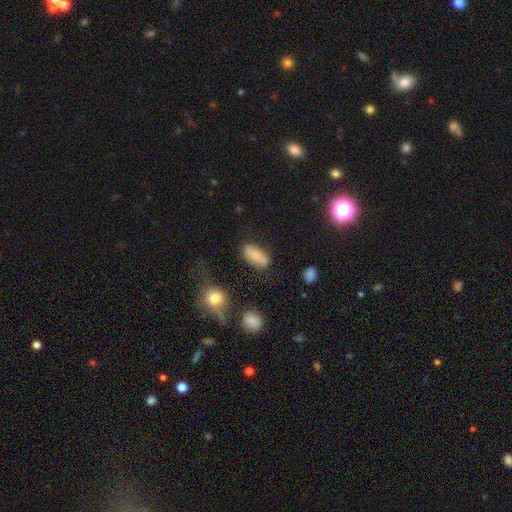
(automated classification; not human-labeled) This is likely a smooth galaxy (69%). How rounded: clearly in between (81%). Merging: likely none (74%).